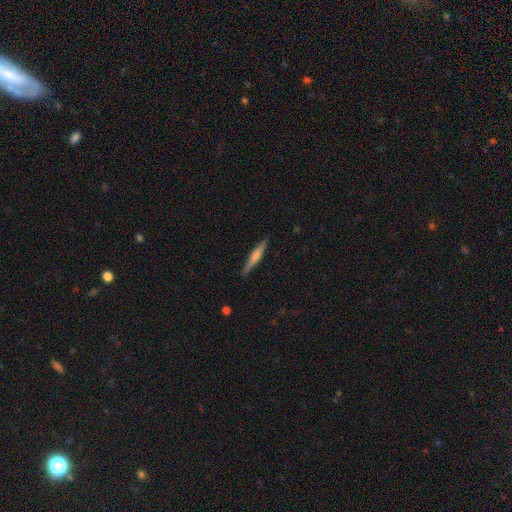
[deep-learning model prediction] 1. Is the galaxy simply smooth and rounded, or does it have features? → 52% featured or disk, 42% smooth, 6% star or artifact.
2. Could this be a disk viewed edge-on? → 97% yes, 3% no.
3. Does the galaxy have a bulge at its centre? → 65% rounded, 21% none, 14% boxy.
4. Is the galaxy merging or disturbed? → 88% none, 9% minor disturbance, 2% major disturbance, 1% merger.